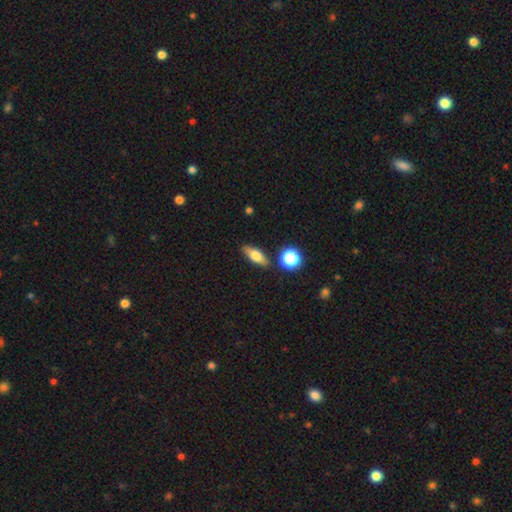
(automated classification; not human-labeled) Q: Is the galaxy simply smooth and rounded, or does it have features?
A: smooth — 67%.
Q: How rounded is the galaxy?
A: in between — 69%.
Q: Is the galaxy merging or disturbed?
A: none — 83%.